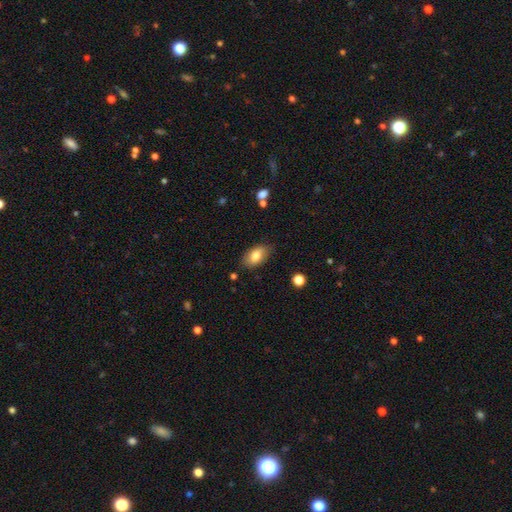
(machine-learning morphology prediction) smooth_or_featured: smooth (p=0.81) [alt: featured or disk p=0.12]
how_rounded: in between (p=0.92) [alt: round p=0.06]
merging: none (p=0.82) [alt: minor disturbance p=0.14]